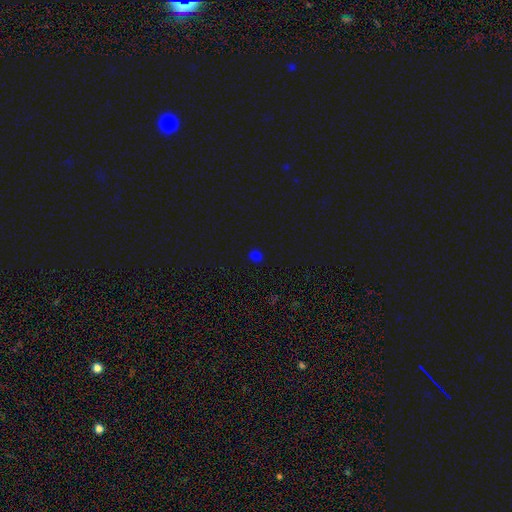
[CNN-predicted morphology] Smooth or featured?
  - smooth: 69% *
  - star or artifact: 28%
  - featured or disk: 4%
How rounded?
  - round: 74% *
  - in between: 25%
  - cigar-shaped: 1%
Merging?
  - none: 88% *
  - minor disturbance: 8%
  - major disturbance: 2%
  - merger: 2%